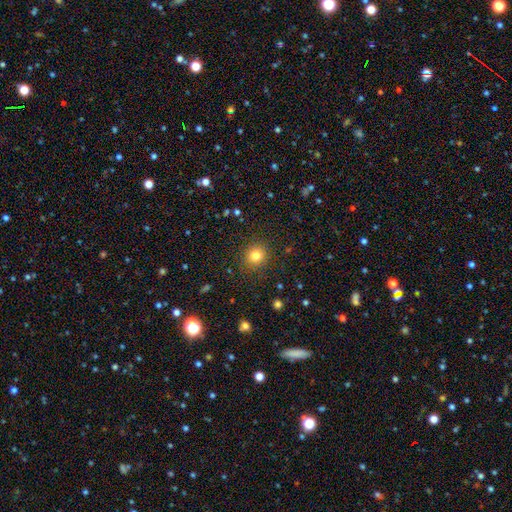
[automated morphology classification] Smooth or featured? smooth (80%)
How rounded? round (85%)
Merging? none (88%)